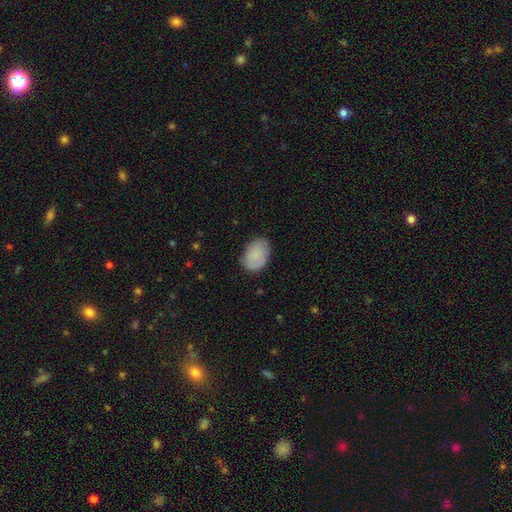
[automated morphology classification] Smooth or featured? smooth (84%)
How rounded? in between (84%)
Merging? none (80%)